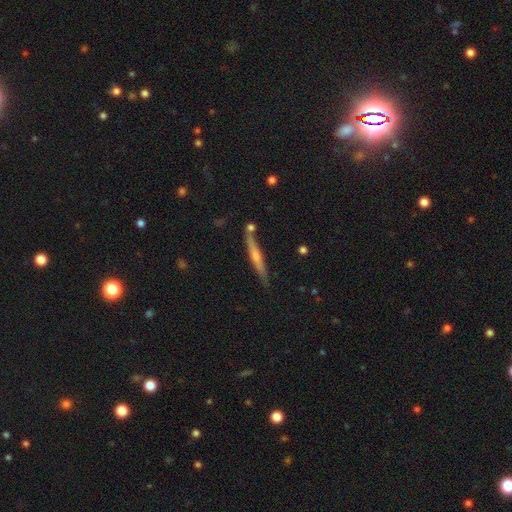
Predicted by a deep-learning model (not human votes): smooth_or_featured: featured or disk (p=0.53) [alt: smooth p=0.41]
disk_edge_on: yes (p=0.95) [alt: no p=0.05]
edge_on_bulge: rounded (p=0.57) [alt: none p=0.33]
merging: none (p=0.76) [alt: minor disturbance p=0.14]